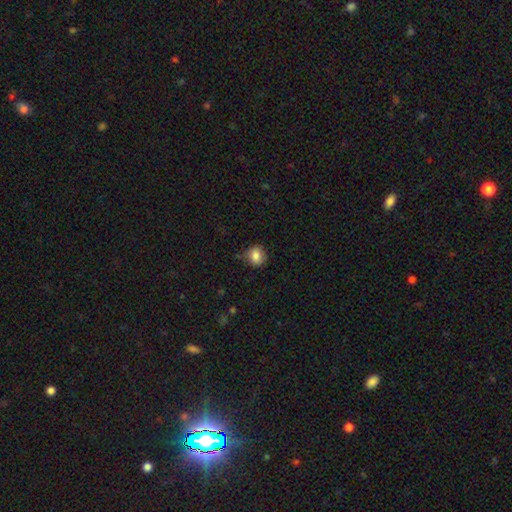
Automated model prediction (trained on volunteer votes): Q: Smooth or featured?
A: smooth (84%); runner-up: star or artifact (10%)
Q: How rounded?
A: round (77%); runner-up: in between (22%)
Q: Merging?
A: none (69%); runner-up: minor disturbance (23%)